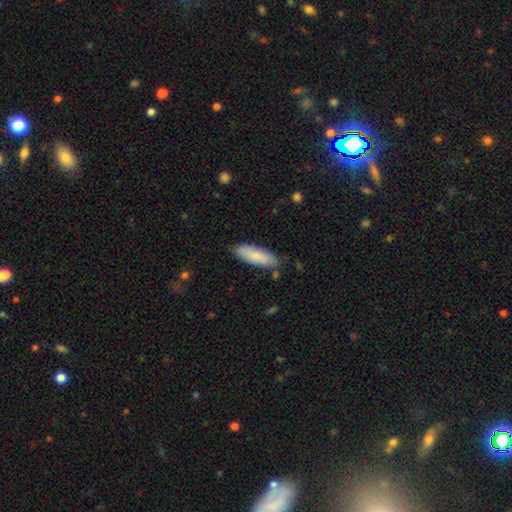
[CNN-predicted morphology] Smooth or featured? smooth (81%)
How rounded? in between (57%)
Merging? none (83%)